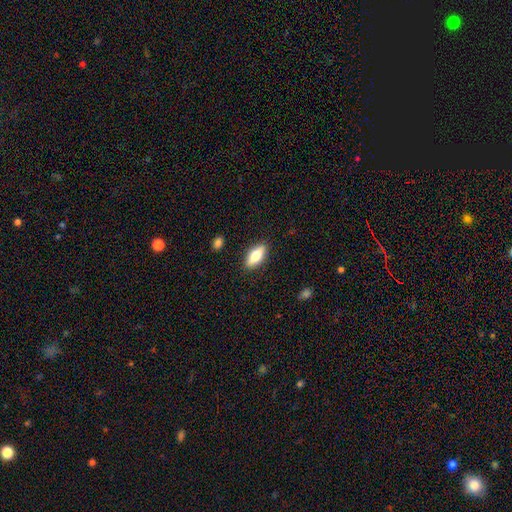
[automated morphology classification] Smooth or featured: smooth — 68% (featured or disk — 26%)
How rounded: in between — 77% (cigar-shaped — 20%)
Merging: none — 88% (minor disturbance — 8%)